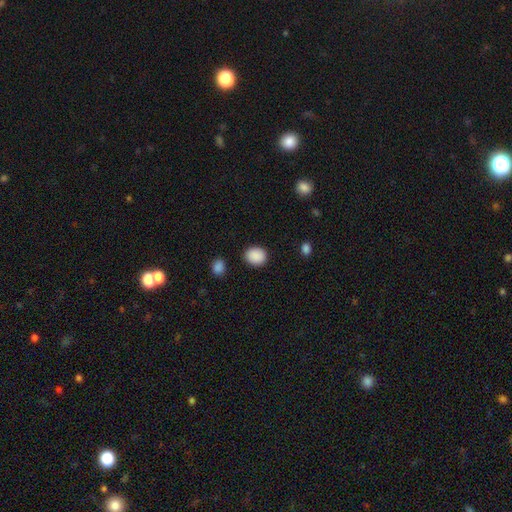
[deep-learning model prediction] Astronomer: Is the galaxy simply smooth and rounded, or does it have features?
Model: smooth — 90%.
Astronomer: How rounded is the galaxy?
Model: round — 62% (runner-up: in between, 37%).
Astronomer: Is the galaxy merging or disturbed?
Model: none — 87%.